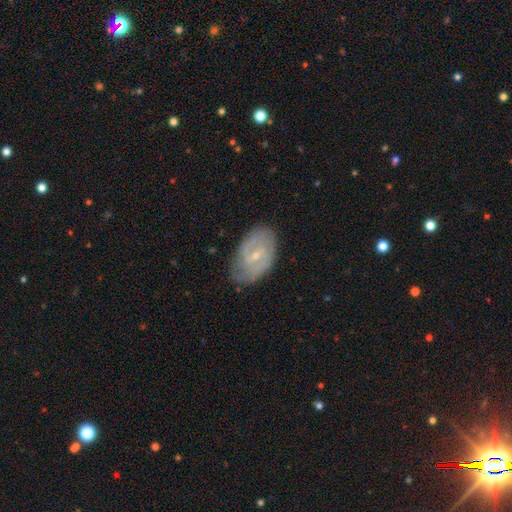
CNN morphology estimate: Smooth or featured? featured or disk (74%)
Edge-on disk? no (95%)
Bar? weak (52%)
Spiral arms? yes (84%)
Spiral winding? tight (45%)
Spiral arm count? 2 (58%)
Bulge size? small (72%)
Merging? none (74%)